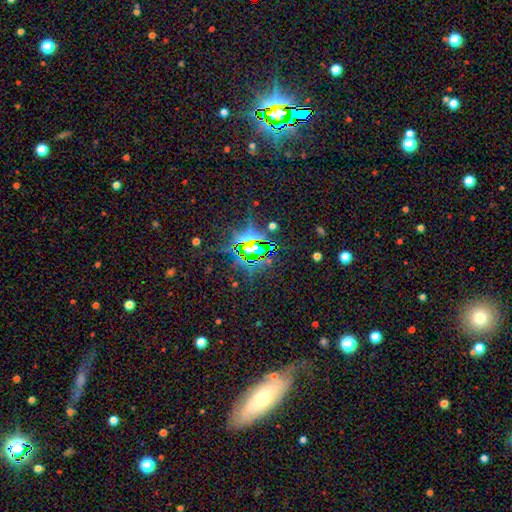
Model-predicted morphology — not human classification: Smooth or featured? star or artifact (72%)